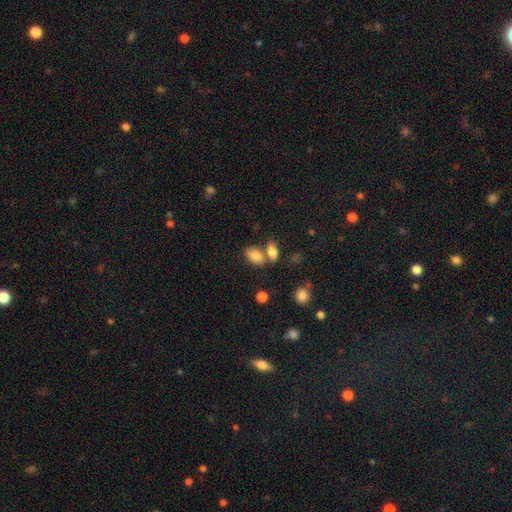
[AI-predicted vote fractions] Smooth or featured? smooth (84%)
How rounded? in between (89%)
Merging? none (53%)